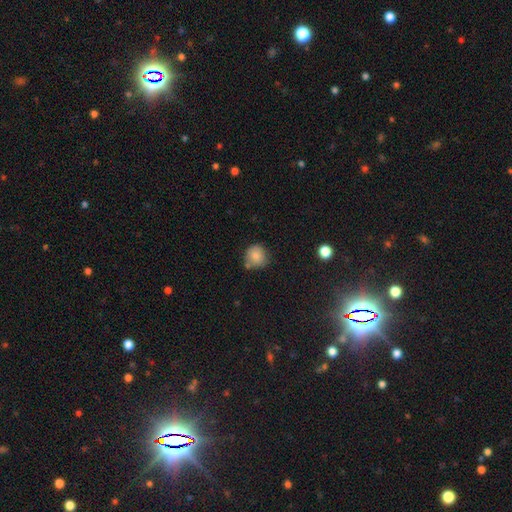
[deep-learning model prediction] smooth-or-featured: smooth: 84% | star or artifact: 10% | featured or disk: 6%
  how-rounded: round: 89% | in between: 10% | cigar-shaped: 1%
  merging: none: 69% | minor disturbance: 17% | merger: 10% | major disturbance: 4%